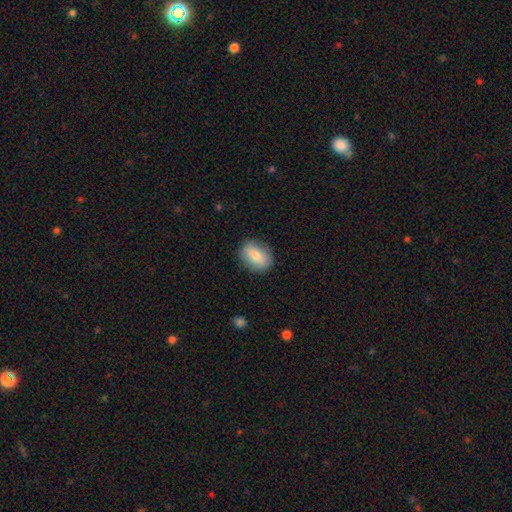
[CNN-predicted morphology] A smooth galaxy with no disk features (78%) that is in between round and cigar-shaped (71%).

Vote fractions:
- Smooth or featured? smooth: 78% / featured or disk: 15% / star or artifact: 7%
- How rounded? in between: 71% / round: 28% / cigar-shaped: 2%
- Merging? none: 85% / minor disturbance: 11% / major disturbance: 3% / merger: 1%